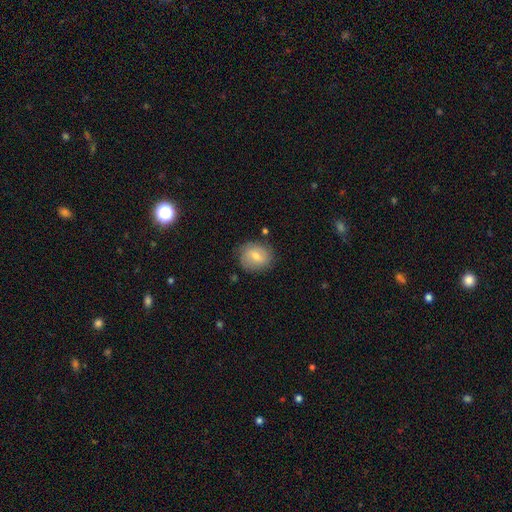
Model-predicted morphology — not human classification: smooth 58%, featured or disk 31%, star or artifact 11%. Down the decision tree: how rounded — round (67%); merging — none (81%).